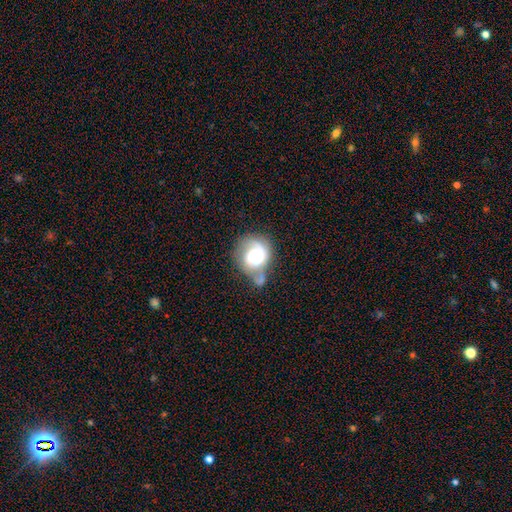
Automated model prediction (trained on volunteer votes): Smooth or featured?
  - featured or disk: 54% *
  - smooth: 38%
  - star or artifact: 8%
Edge-on disk?
  - no: 97% *
  - yes: 3%
Bar?
  - no: 66% *
  - weak: 27%
  - strong: 7%
Spiral arms?
  - yes: 71% *
  - no: 29%
Bulge size?
  - moderate: 46% *
  - large: 23%
  - small: 22%
  - none: 5%
  - dominant: 4%
Merging?
  - none: 29% *
  - minor disturbance: 24%
  - major disturbance: 24%
  - merger: 23%